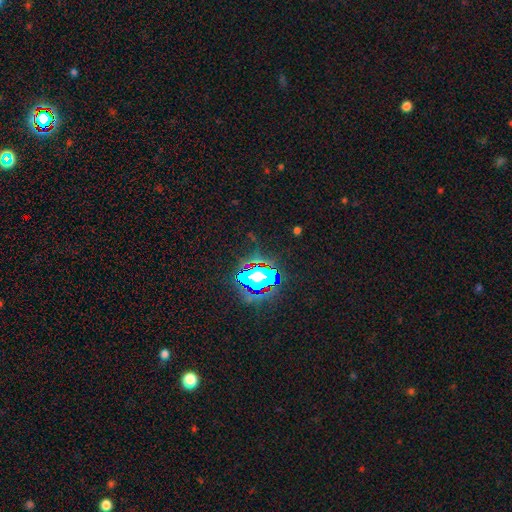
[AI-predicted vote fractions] This is likely a star or artifact rather than a galaxy (76%).